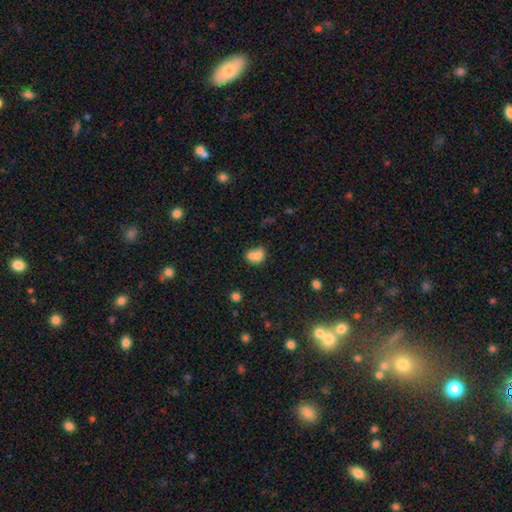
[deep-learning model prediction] This is likely a smooth galaxy (72%). How rounded: possibly round (52%). Merging: likely merger (67%).